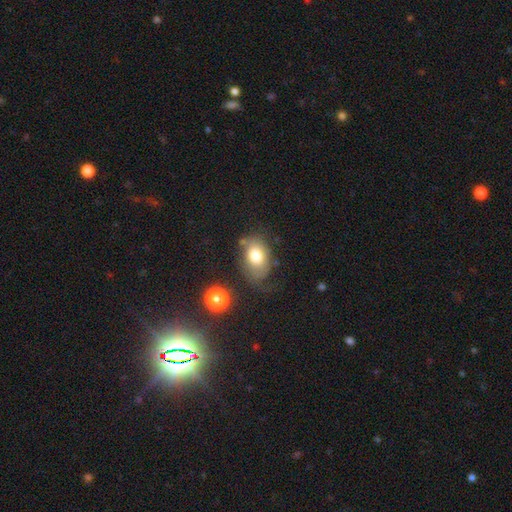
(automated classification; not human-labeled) The model was most divided on "merging": none: 54%, minor disturbance: 27%, major disturbance: 14%, merger: 6%. More confident: how rounded — in between (76%); smooth or featured — smooth (73%).